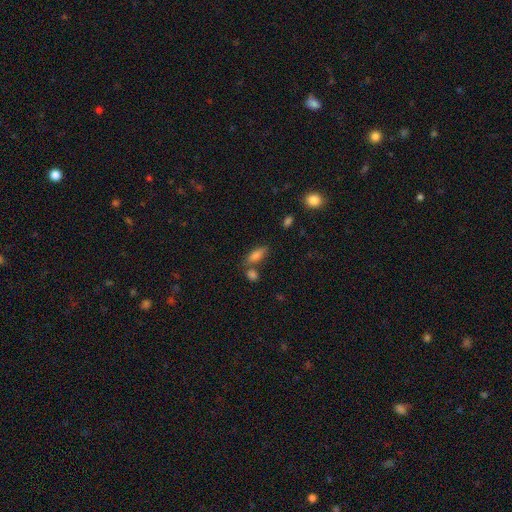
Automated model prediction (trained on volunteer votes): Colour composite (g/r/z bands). It shows a smooth galaxy with no disk features (80%) that is in between round and cigar-shaped (71%). Merging: none (61%).